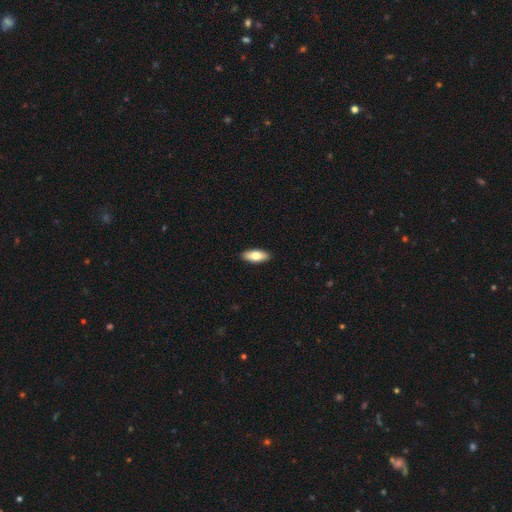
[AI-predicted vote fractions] This is likely a smooth galaxy (76%). How rounded: clearly in between (81%). Merging: clearly none (91%).